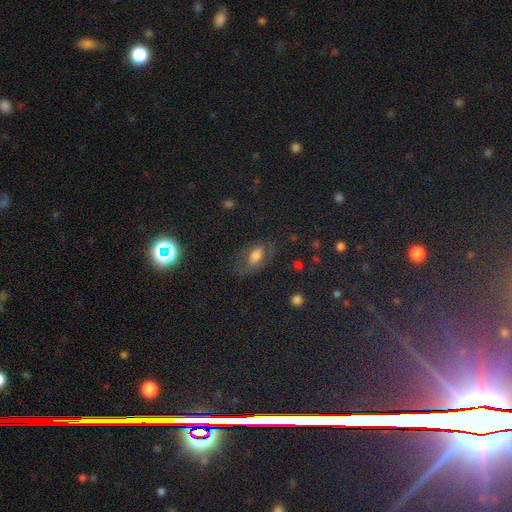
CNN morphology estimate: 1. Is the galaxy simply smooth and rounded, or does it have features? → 58% smooth, 25% featured or disk, 17% star or artifact.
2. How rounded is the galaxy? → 86% in between, 9% round, 5% cigar-shaped.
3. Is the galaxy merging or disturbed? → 61% none, 22% minor disturbance, 15% major disturbance, 2% merger.